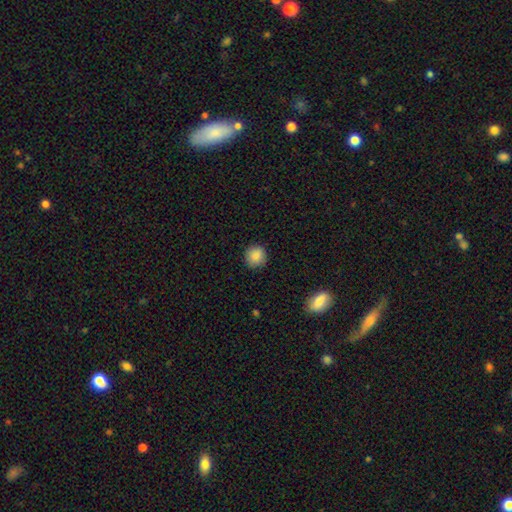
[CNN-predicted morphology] Smooth or featured? smooth (87%)
How rounded? round (91%)
Merging? none (89%)